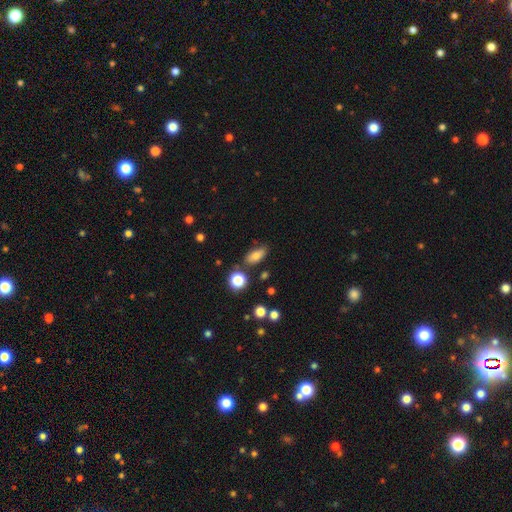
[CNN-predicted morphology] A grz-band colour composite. It shows a smooth galaxy with no disk features (79%) that is in between round and cigar-shaped (80%). Merging: none (75%).